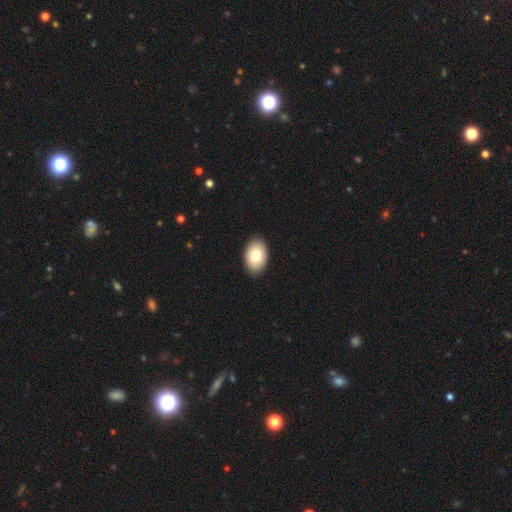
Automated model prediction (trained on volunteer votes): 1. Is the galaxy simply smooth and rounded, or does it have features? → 80% smooth, 13% featured or disk, 7% star or artifact.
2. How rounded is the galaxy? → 86% in between, 13% round, 1% cigar-shaped.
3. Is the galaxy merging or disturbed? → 90% none, 7% minor disturbance, 2% major disturbance, 1% merger.